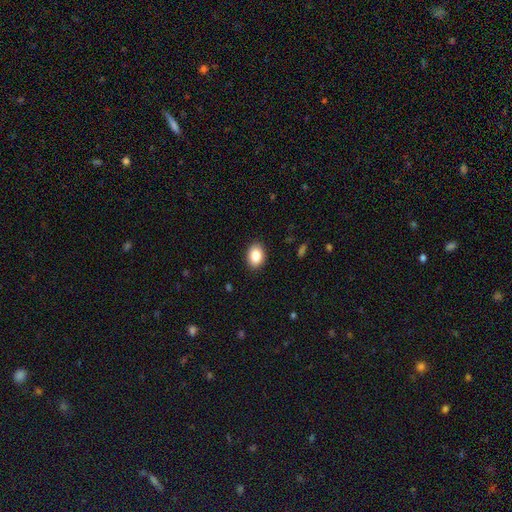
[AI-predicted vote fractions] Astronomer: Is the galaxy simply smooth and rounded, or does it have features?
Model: smooth — 86%.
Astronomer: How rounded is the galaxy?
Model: in between — 75%.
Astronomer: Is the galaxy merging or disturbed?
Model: none — 89%.